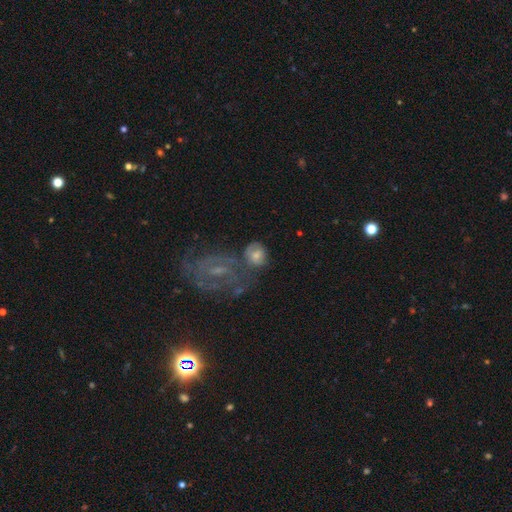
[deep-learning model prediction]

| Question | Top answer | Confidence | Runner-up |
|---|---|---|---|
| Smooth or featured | smooth | 52% | featured or disk (39%) |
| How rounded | round | 69% | in between (29%) |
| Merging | none | 45% | merger (26%) |